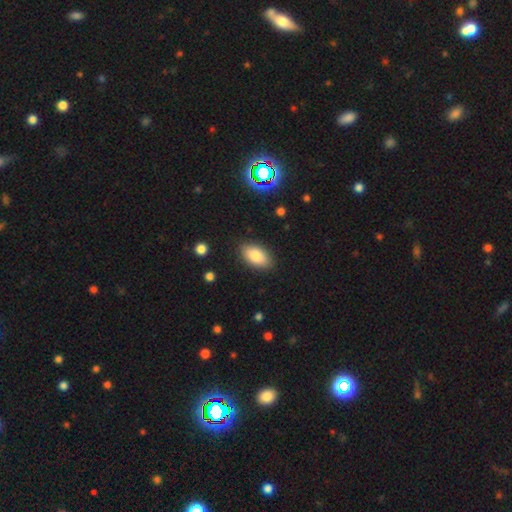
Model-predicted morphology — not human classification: Smooth or featured: smooth — 84% (featured or disk — 8%)
How rounded: in between — 93% (round — 4%)
Merging: none — 86% (minor disturbance — 10%)